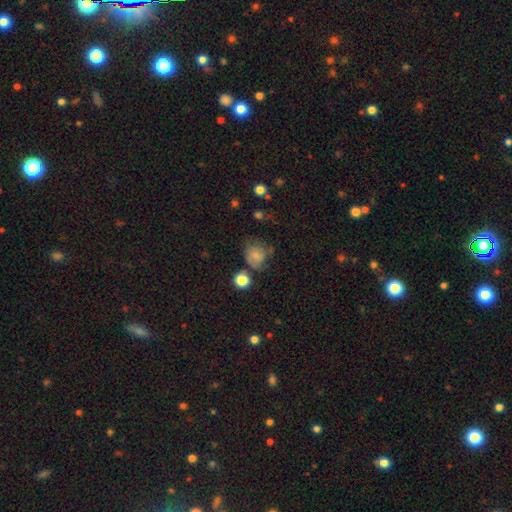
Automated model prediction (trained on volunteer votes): Smooth or featured: smooth — 76% (featured or disk — 12%)
How rounded: round — 72% (in between — 27%)
Merging: none — 51% (minor disturbance — 28%)